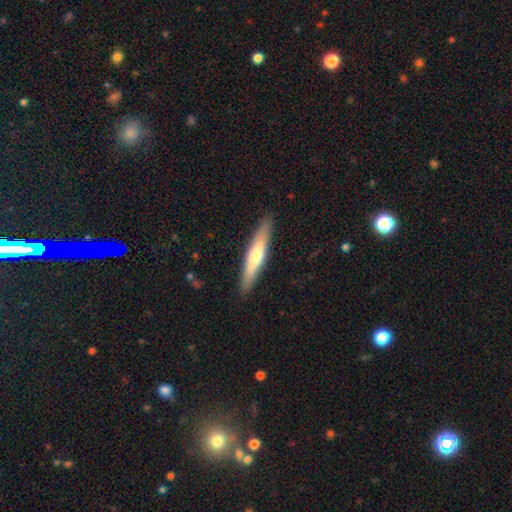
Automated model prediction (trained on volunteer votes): Overall: smooth (53%; featured or disk 42%). How rounded: cigar-shaped (88%). Merging: none (89%).